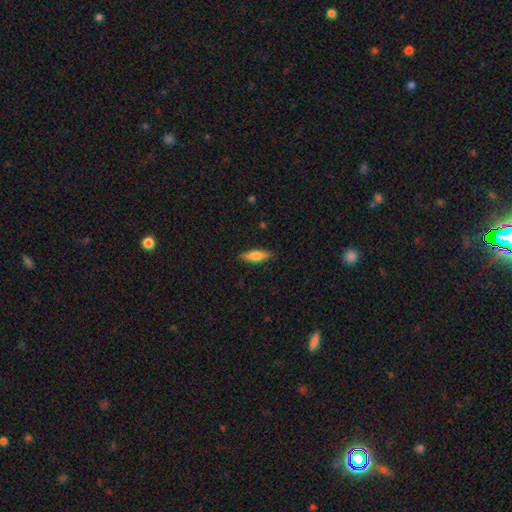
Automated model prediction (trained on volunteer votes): smooth 64%, featured or disk 30%, star or artifact 6%. Down the decision tree: how rounded — cigar-shaped (57%); merging — none (87%).